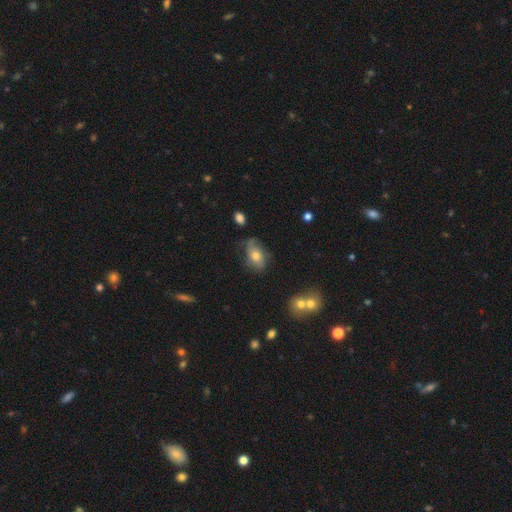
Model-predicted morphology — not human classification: Smooth or featured: smooth — 63% (featured or disk — 27%)
How rounded: in between — 84% (round — 13%)
Merging: none — 52% (minor disturbance — 33%)